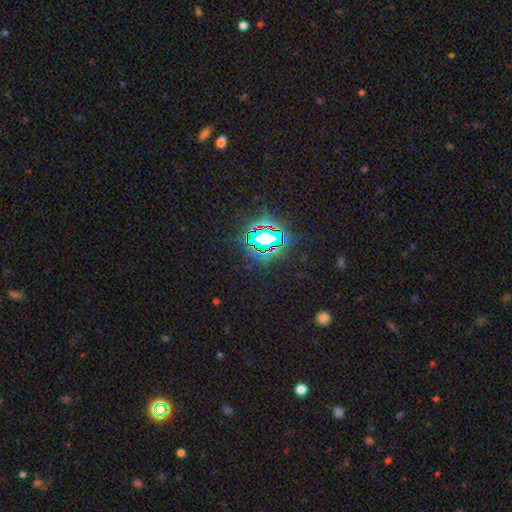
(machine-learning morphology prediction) Smooth or featured? Predicted: star or artifact (p=0.83).